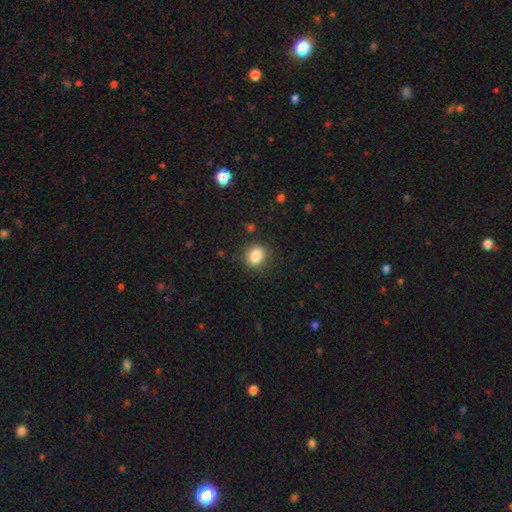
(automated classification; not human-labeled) This is clearly a smooth galaxy (86%). How rounded: possibly round (60%). Merging: clearly none (84%).